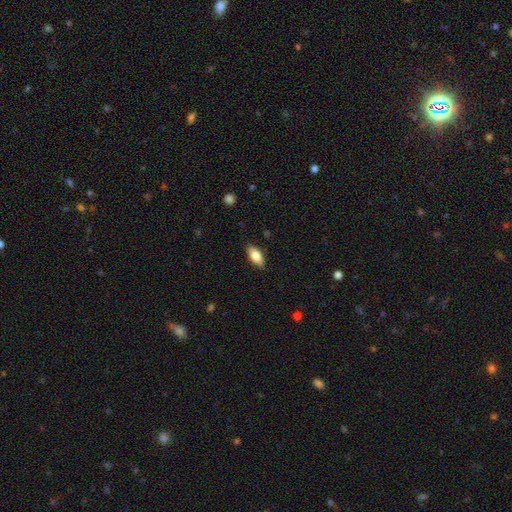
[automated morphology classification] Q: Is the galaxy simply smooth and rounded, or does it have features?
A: smooth — 76%.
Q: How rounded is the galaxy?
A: in between — 84%.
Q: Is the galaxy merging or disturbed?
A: none — 86%.